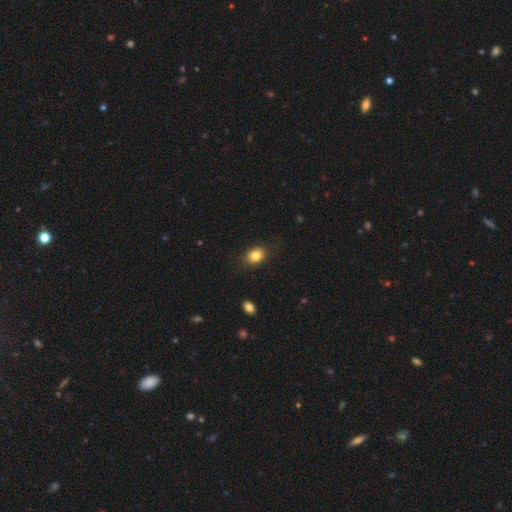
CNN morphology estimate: A smooth galaxy with no disk features (83%) that is in between round and cigar-shaped (57%). Merging: none (86%).